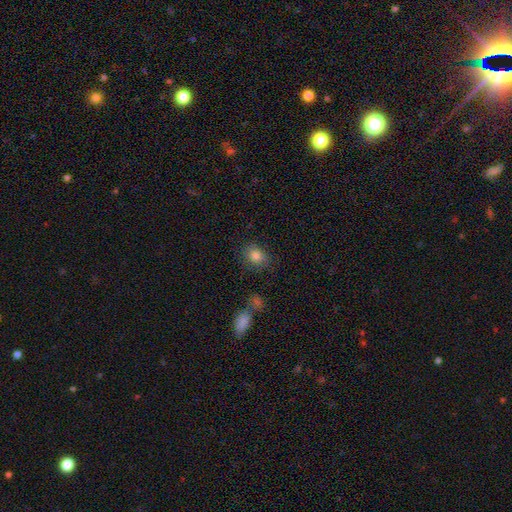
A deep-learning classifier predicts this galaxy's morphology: Overall: smooth (82%). How rounded: in between (50%; round 48%). Merging: none (79%).